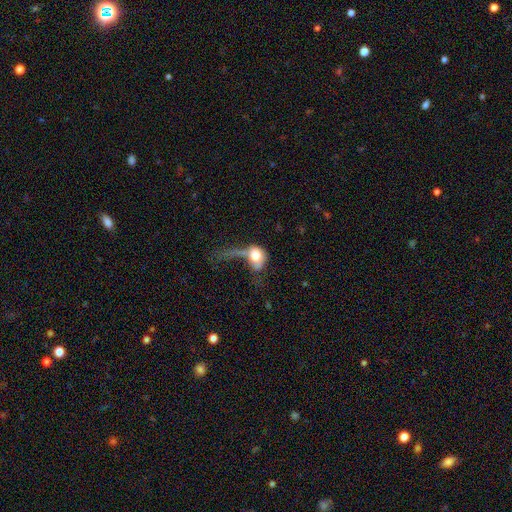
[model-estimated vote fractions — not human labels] This is likely a smooth galaxy (61%). How rounded: possibly in between (54%). Merging: possibly major disturbance (59%).